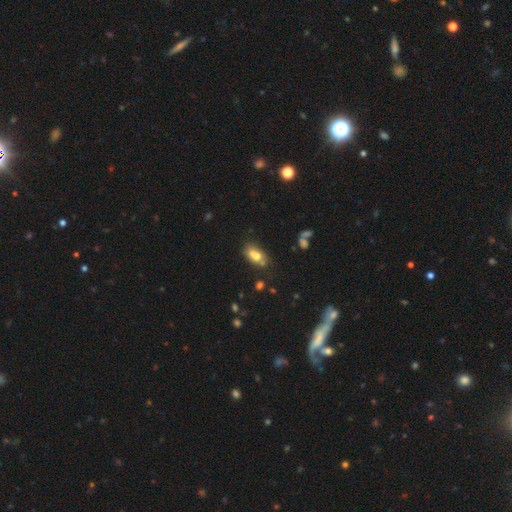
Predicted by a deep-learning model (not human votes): Smooth or featured? smooth (70%)
How rounded? in between (83%)
Merging? none (44%)